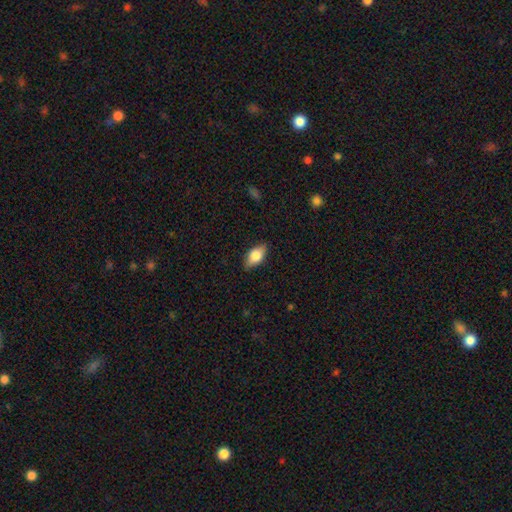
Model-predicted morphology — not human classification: smooth 74%, featured or disk 19%, star or artifact 7%. Down the decision tree: how rounded — in between (89%); merging — none (84%).